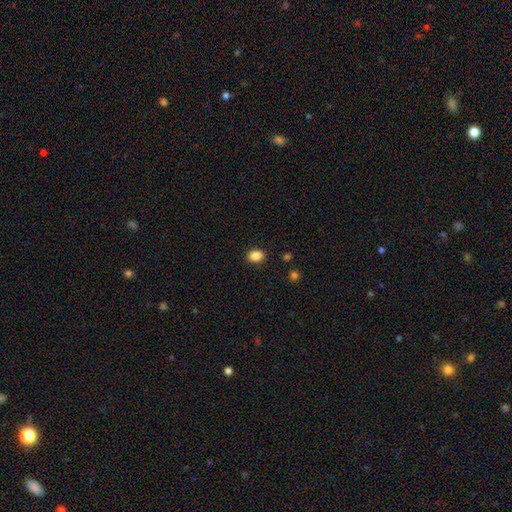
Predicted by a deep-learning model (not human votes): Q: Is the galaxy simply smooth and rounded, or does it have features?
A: smooth — 87%.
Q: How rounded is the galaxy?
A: in between — 66%.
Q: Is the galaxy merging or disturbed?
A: none — 89%.